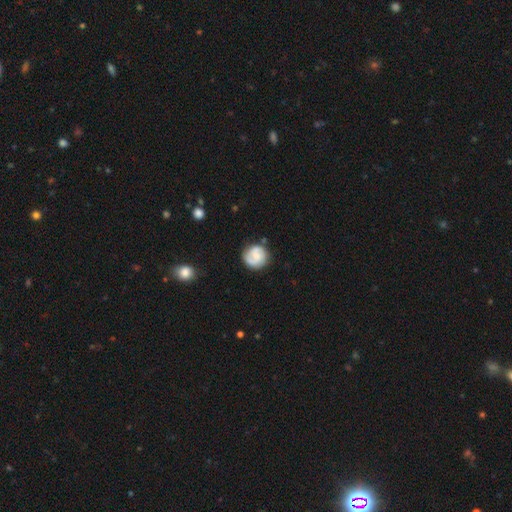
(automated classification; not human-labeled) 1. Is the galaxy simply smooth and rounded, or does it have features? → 48% featured or disk, 45% smooth, 7% star or artifact.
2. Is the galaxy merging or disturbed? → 74% none, 17% minor disturbance, 5% major disturbance, 3% merger.